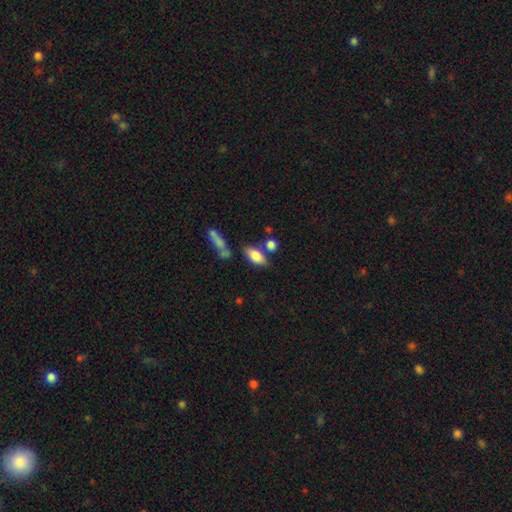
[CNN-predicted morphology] type=smooth (81%); roundness=in between (86%); merging=none (65%).